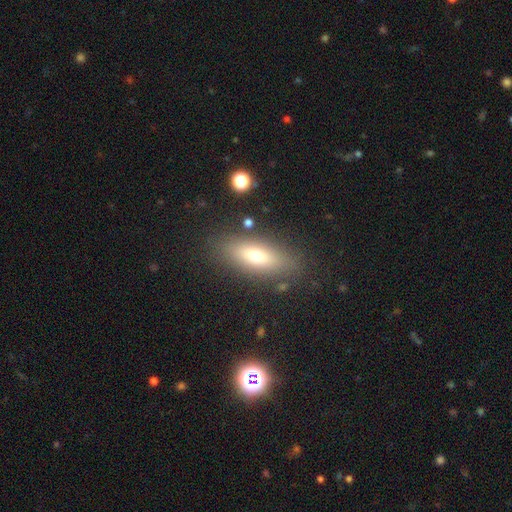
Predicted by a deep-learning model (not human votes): This is likely a smooth galaxy (65%). How rounded: likely in between (67%). Merging: clearly none (83%).